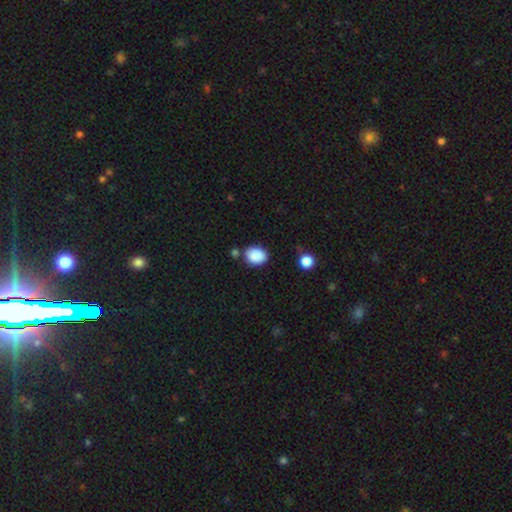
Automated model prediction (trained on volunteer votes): Smooth or featured? Predicted: smooth (p=0.88). How rounded? Predicted: in between (p=0.62). Merging? Predicted: none (p=0.73).